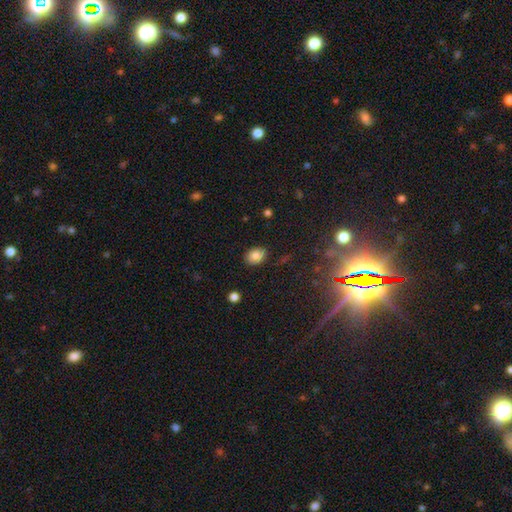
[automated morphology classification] This is clearly a smooth galaxy (84%). How rounded: likely in between (69%). Merging: clearly none (86%).